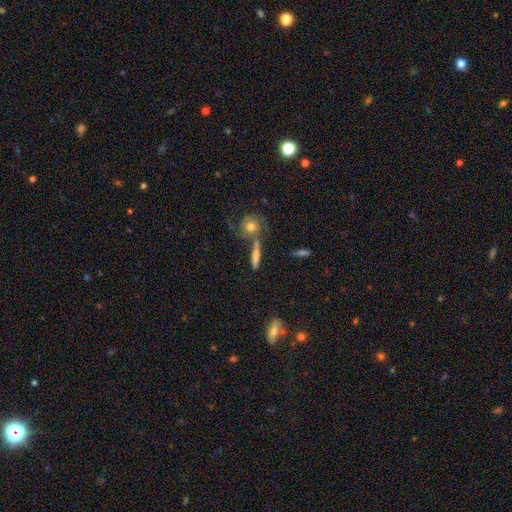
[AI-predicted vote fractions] Smooth or featured? Predicted: smooth (p=0.51). How rounded? Predicted: cigar-shaped (p=0.68). Merging? Predicted: none (p=0.65).